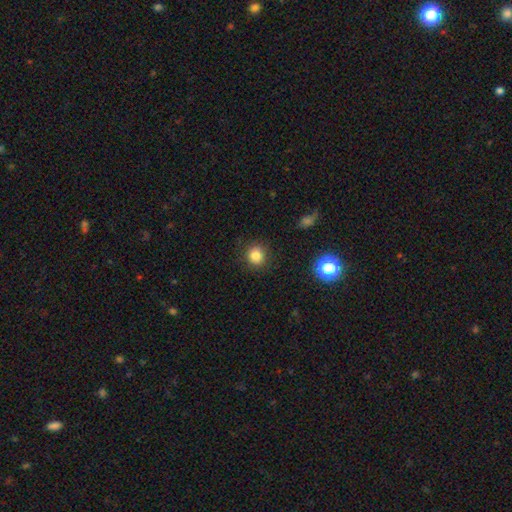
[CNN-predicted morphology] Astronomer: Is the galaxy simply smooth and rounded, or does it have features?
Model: smooth — 82%.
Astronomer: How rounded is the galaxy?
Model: round — 86%.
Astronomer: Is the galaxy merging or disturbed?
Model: none — 88%.